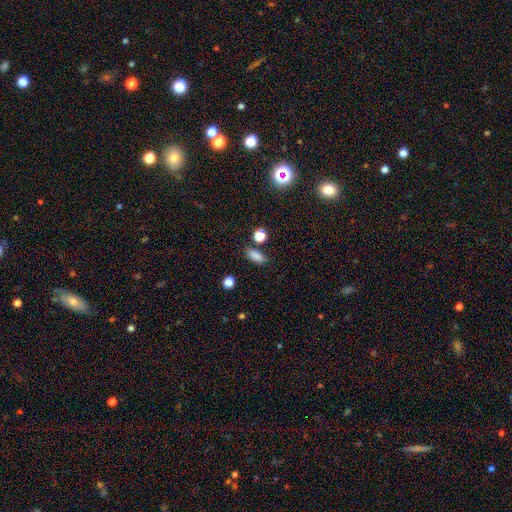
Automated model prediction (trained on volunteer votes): Smooth or featured: smooth — 83% (star or artifact — 11%)
How rounded: in between — 71% (cigar-shaped — 21%)
Merging: none — 80% (minor disturbance — 11%)